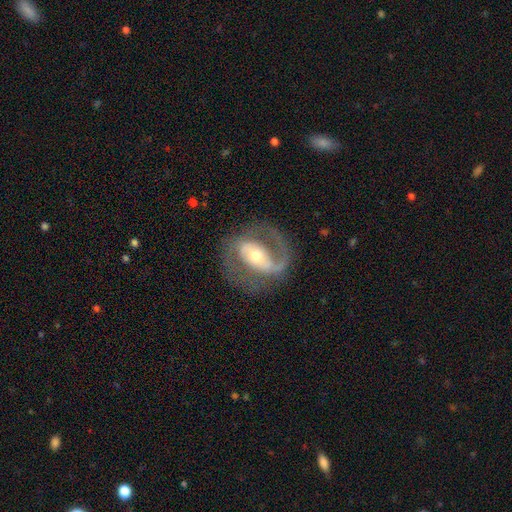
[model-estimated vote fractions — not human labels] Smooth or featured: featured or disk — 86% (smooth — 9%)
Edge-on disk: no — 97% (yes — 3%)
Bar: weak — 38% (strong — 35%)
Spiral arms: yes — 93% (no — 7%)
Spiral winding: medium — 53% (loose — 25%)
Spiral arm count: 2 — 76% (1 — 17%)
Bulge size: moderate — 64% (small — 25%)
Merging: none — 69% (minor disturbance — 15%)